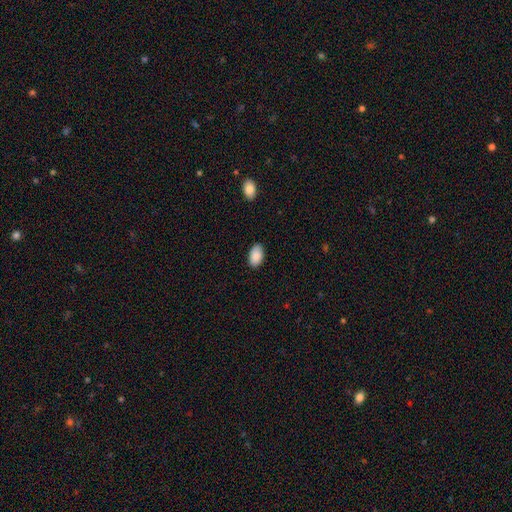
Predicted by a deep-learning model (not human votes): smooth 89%, star or artifact 7%, featured or disk 4%. Down the decision tree: how rounded — in between (94%); merging — none (85%).